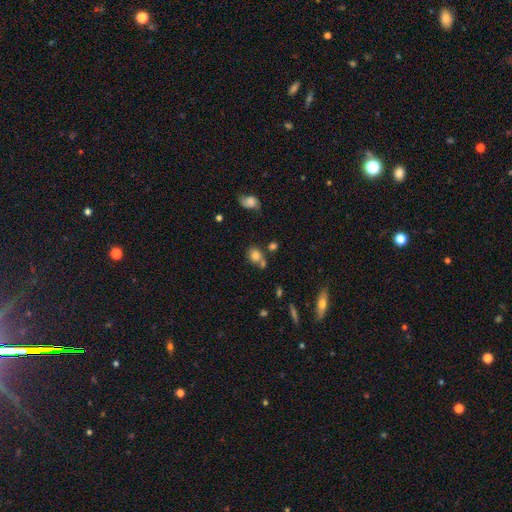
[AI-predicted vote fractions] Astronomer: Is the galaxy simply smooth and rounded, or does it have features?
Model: smooth — 78%.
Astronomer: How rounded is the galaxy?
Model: round — 61% (runner-up: in between, 38%).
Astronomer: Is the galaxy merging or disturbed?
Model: none — 50% (runner-up: merger, 27%).